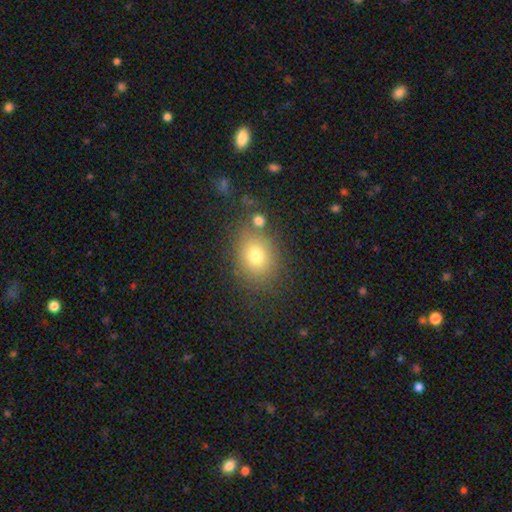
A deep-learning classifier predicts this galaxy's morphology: Q: Smooth or featured?
A: smooth (75%); runner-up: star or artifact (13%)
Q: How rounded?
A: round (53%); runner-up: in between (46%)
Q: Merging?
A: none (73%); runner-up: minor disturbance (13%)